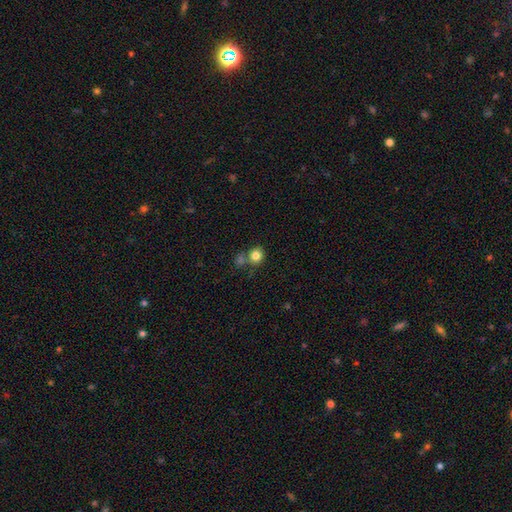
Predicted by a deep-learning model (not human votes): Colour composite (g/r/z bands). It shows a smooth galaxy with no disk features (83%) that is round (84%). Merging: none (57%).